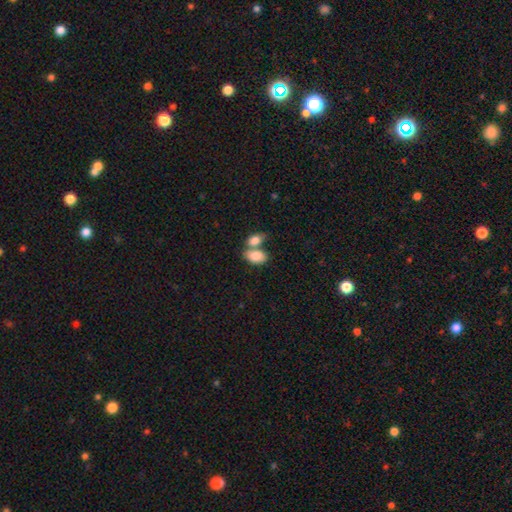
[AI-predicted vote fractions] smooth_or_featured: smooth (p=0.84) [alt: featured or disk p=0.09]
how_rounded: in between (p=0.90) [alt: round p=0.08]
merging: merger (p=0.56) [alt: none p=0.31]